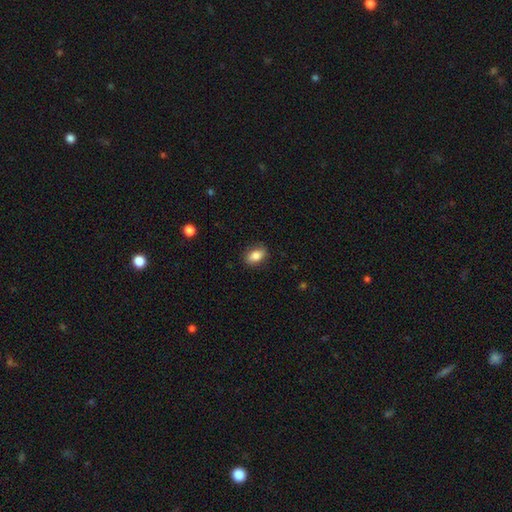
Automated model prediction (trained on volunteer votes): smooth_or_featured: smooth (p=0.83) [alt: featured or disk p=0.09]
how_rounded: in between (p=0.83) [alt: round p=0.14]
merging: none (p=0.85) [alt: minor disturbance p=0.11]